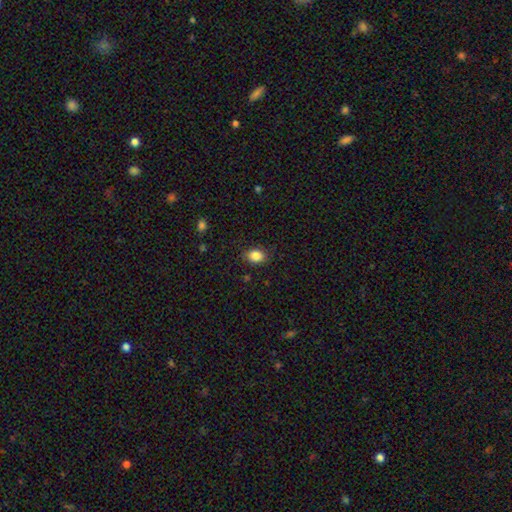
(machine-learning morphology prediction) Smooth or featured?
  - smooth: 86% *
  - star or artifact: 9%
  - featured or disk: 5%
How rounded?
  - in between: 67% *
  - round: 32%
  - cigar-shaped: 1%
Merging?
  - none: 85% *
  - minor disturbance: 11%
  - major disturbance: 3%
  - merger: 1%